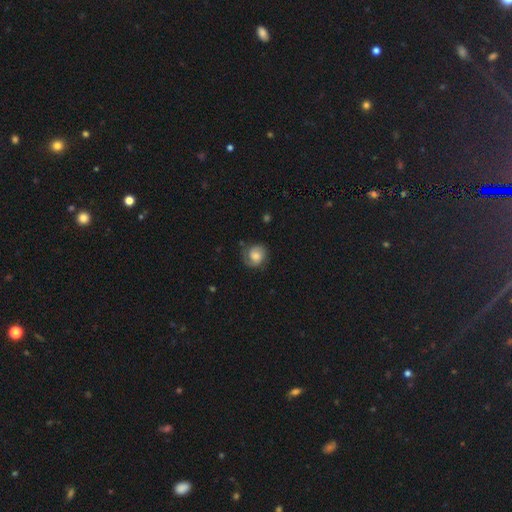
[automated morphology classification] Smooth or featured? Predicted: featured or disk (p=0.46, tied with smooth). Merging? Predicted: none (p=0.66).